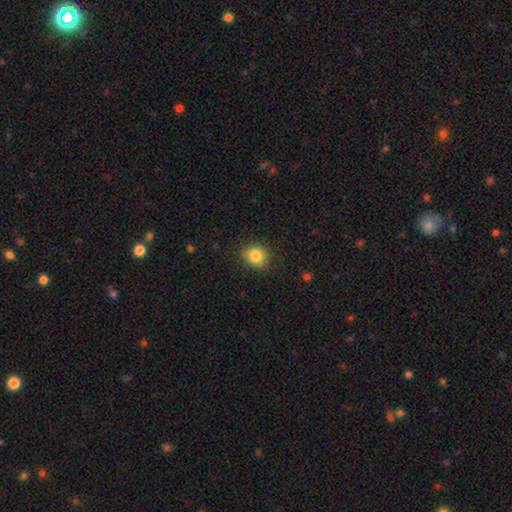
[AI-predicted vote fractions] A smooth galaxy with no disk features (84%) that is round (76%).

Vote fractions:
- Smooth or featured? smooth: 84% / star or artifact: 10% / featured or disk: 6%
- How rounded? round: 76% / in between: 23% / cigar-shaped: 1%
- Merging? none: 83% / minor disturbance: 13% / major disturbance: 3% / merger: 1%